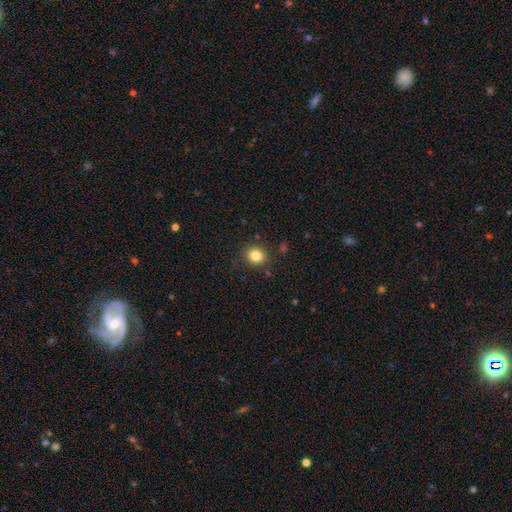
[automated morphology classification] Smooth or featured: smooth — 83% (star or artifact — 11%)
How rounded: round — 71% (in between — 29%)
Merging: none — 88% (minor disturbance — 8%)